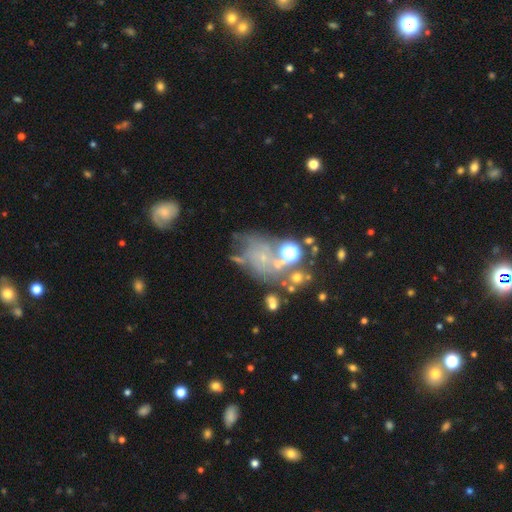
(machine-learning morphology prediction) smooth_or_featured: featured or disk (p=0.51) [alt: smooth p=0.27]
disk_edge_on: no (p=0.97) [alt: yes p=0.03]
merging: none (p=0.39) [alt: major disturbance p=0.24]